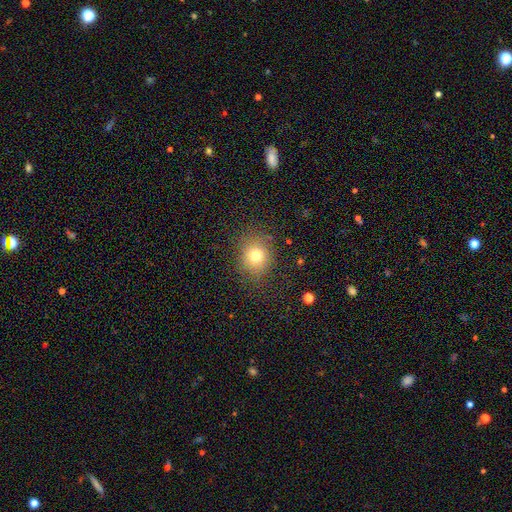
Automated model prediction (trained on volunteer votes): Smooth or featured? Predicted: smooth (p=0.75). How rounded? Predicted: round (p=0.69). Merging? Predicted: none (p=0.80).